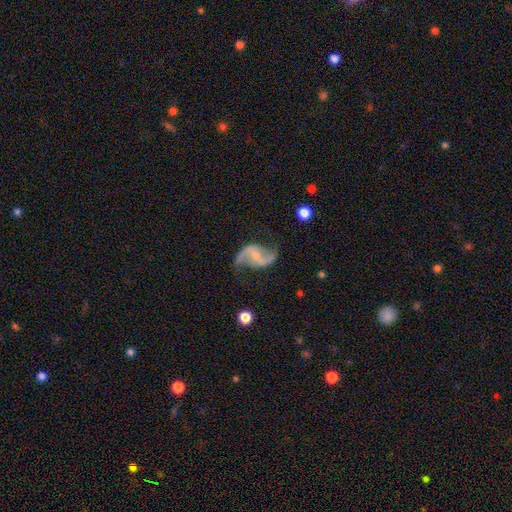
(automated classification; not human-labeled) featured or disk 90%, smooth 5%, star or artifact 5%. Down the decision tree: edge-on disk — no (98%); bar — weak (44%); spiral arms — yes (97%); spiral arm count — 2 (94%); spiral winding — loose (76%); bulge size — small (56%); merging — none (73%).